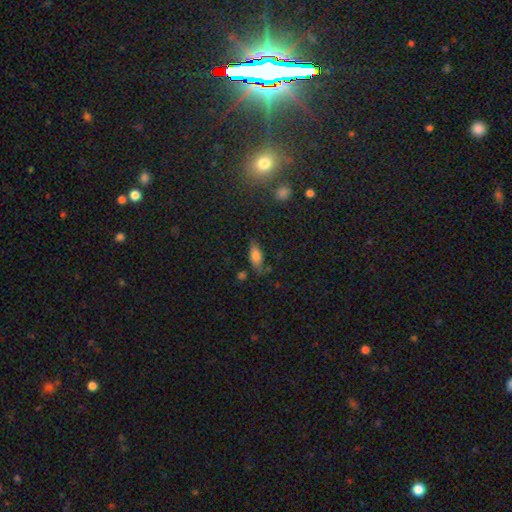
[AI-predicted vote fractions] A smooth galaxy with no disk features (72%) that is in between round and cigar-shaped (79%).

Vote fractions:
- Smooth or featured? smooth: 72% / featured or disk: 17% / star or artifact: 11%
- How rounded? in between: 79% / cigar-shaped: 17% / round: 4%
- Merging? none: 66% / minor disturbance: 23% / major disturbance: 7% / merger: 4%